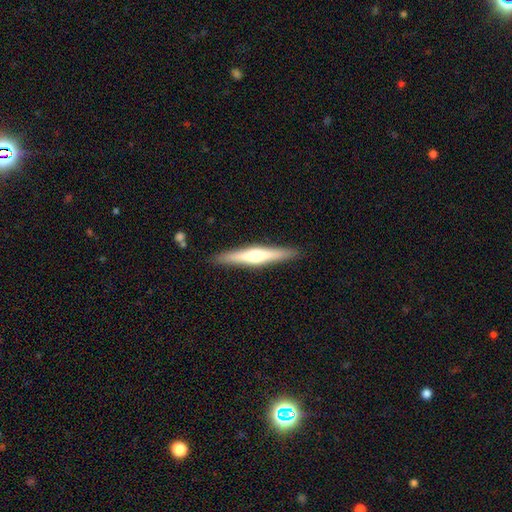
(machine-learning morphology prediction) This appears to be a featured or disk galaxy (59%) viewed edge-on (96%) with a rounded central bulge (87%). Merging: none (90%).